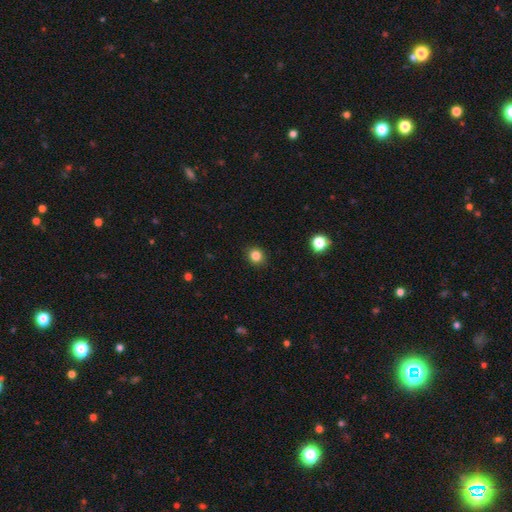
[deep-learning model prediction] This appears to be a smooth galaxy with no disk features (83%) that is round (83%). Merging: none (91%).